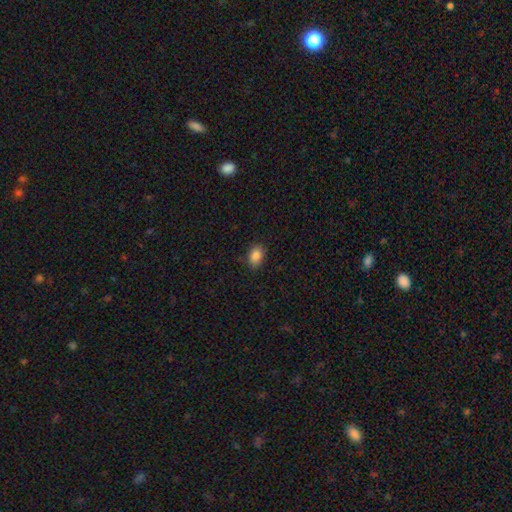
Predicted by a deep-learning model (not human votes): Smooth or featured? Predicted: smooth (p=0.87). How rounded? Predicted: in between (p=0.80). Merging? Predicted: none (p=0.86).